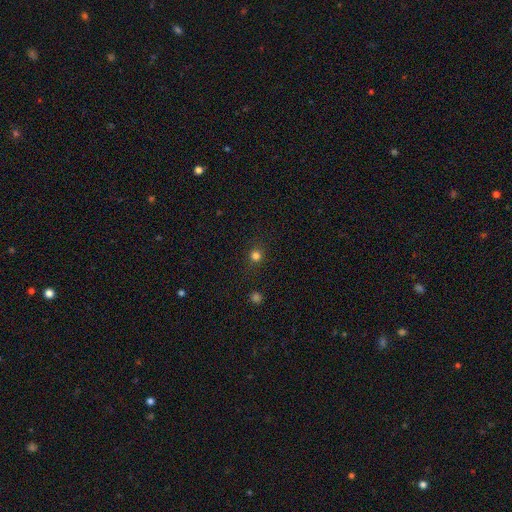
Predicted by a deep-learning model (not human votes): A smooth galaxy with no disk features (79%) that is round (93%).

Vote fractions:
- Smooth or featured? smooth: 79% / star or artifact: 17% / featured or disk: 5%
- How rounded? round: 93% / in between: 6% / cigar-shaped: 1%
- Merging? none: 89% / minor disturbance: 7% / major disturbance: 3% / merger: 1%